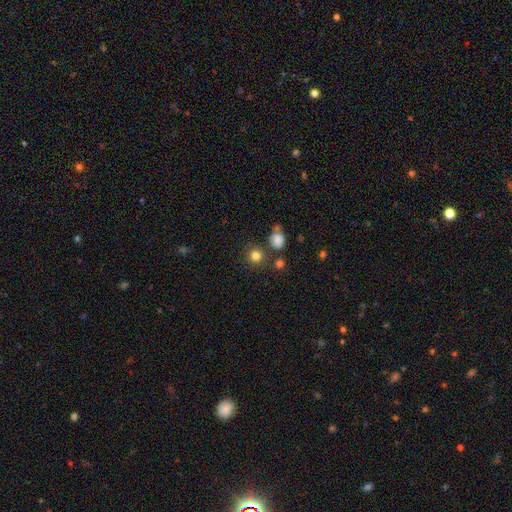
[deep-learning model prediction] A smooth galaxy with no disk features (81%) that is round (90%).

Vote fractions:
- Smooth or featured? smooth: 81% / star or artifact: 13% / featured or disk: 6%
- How rounded? round: 90% / in between: 9% / cigar-shaped: 1%
- Merging? none: 78% / merger: 10% / minor disturbance: 9% / major disturbance: 4%